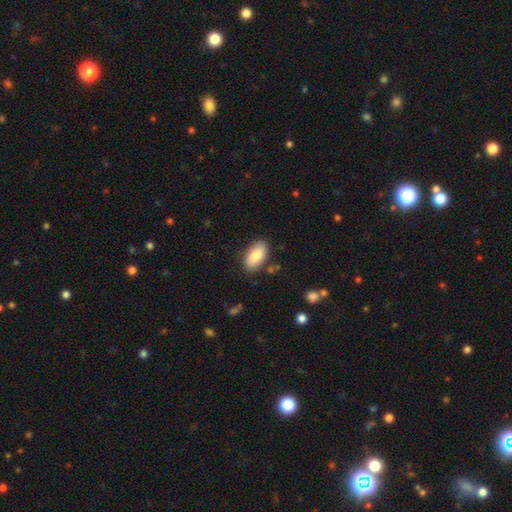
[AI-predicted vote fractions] smooth-or-featured: smooth: 85% | featured or disk: 9% | star or artifact: 6%
  how-rounded: in between: 94% | cigar-shaped: 4% | round: 3%
  merging: none: 84% | minor disturbance: 12% | major disturbance: 3% | merger: 2%